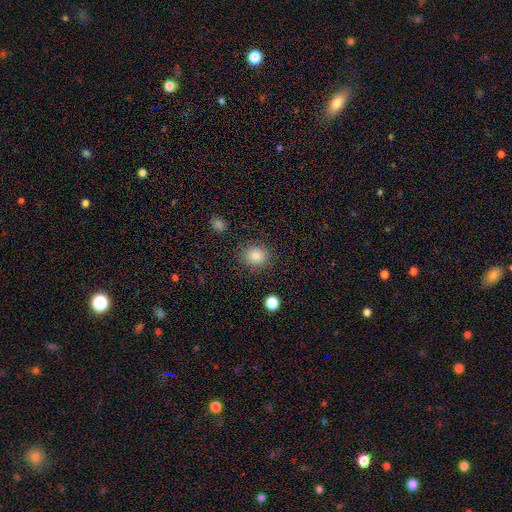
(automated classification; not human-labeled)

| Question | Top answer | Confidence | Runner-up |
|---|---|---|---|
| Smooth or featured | smooth | 85% | star or artifact (10%) |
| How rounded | round | 76% | in between (23%) |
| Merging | none | 87% | minor disturbance (8%) |